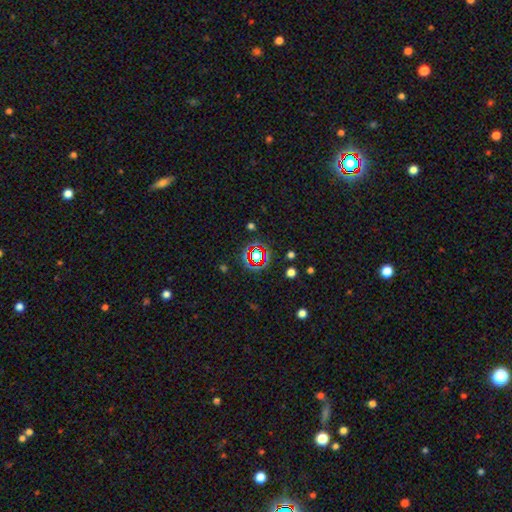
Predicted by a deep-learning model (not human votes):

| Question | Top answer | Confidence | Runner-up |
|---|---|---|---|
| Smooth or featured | star or artifact | 65% | smooth (22%) |